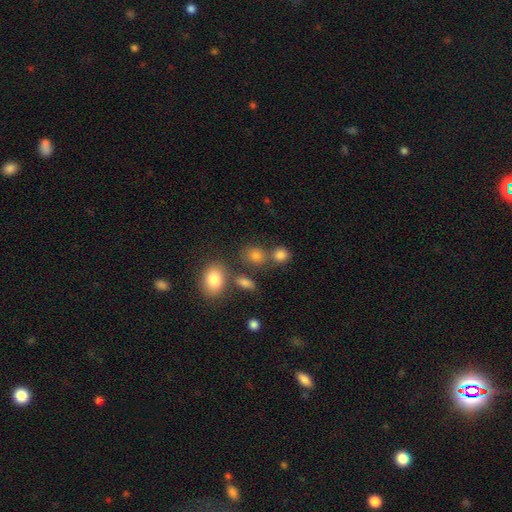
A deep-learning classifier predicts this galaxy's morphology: Smooth or featured: smooth — 78% (star or artifact — 14%)
How rounded: round — 58% (in between — 40%)
Merging: none — 61% (merger — 22%)